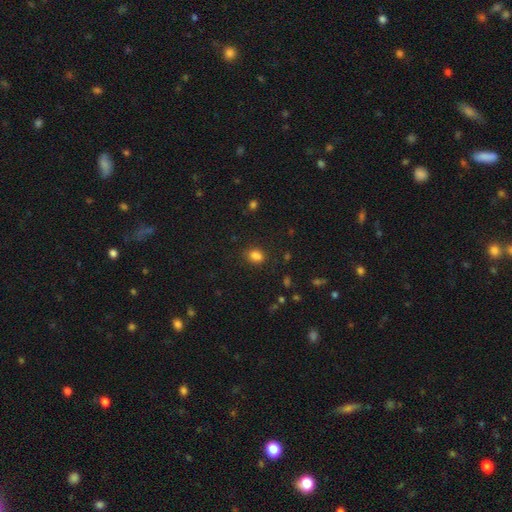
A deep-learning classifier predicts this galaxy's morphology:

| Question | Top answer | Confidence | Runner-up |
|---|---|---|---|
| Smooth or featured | smooth | 82% | star or artifact (13%) |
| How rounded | in between | 63% | round (35%) |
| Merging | none | 75% | minor disturbance (15%) |